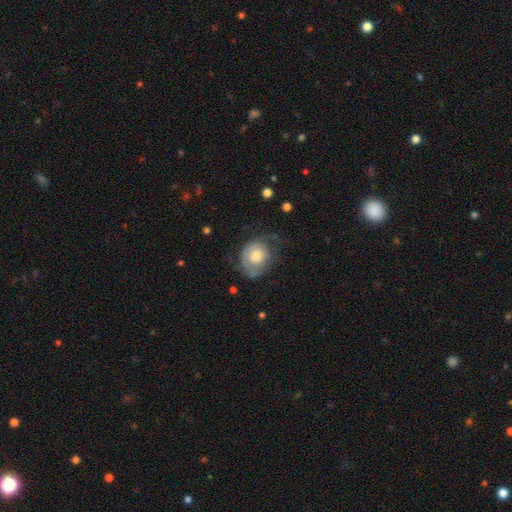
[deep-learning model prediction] Smooth or featured? Predicted: smooth (p=0.55). How rounded? Predicted: round (p=0.66). Merging? Predicted: none (p=0.47).